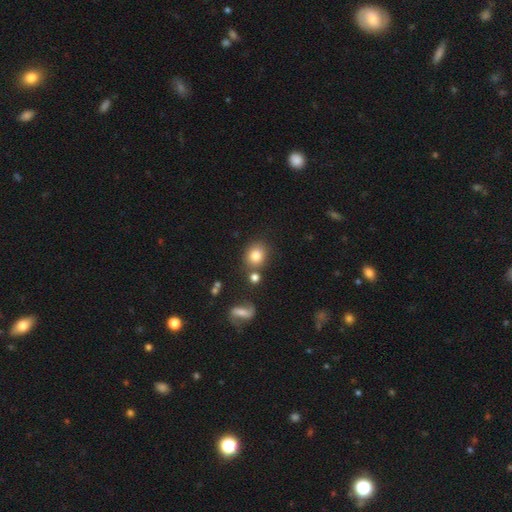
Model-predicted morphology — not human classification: Smooth or featured? Predicted: smooth (p=0.79). How rounded? Predicted: round (p=0.68). Merging? Predicted: none (p=0.70).